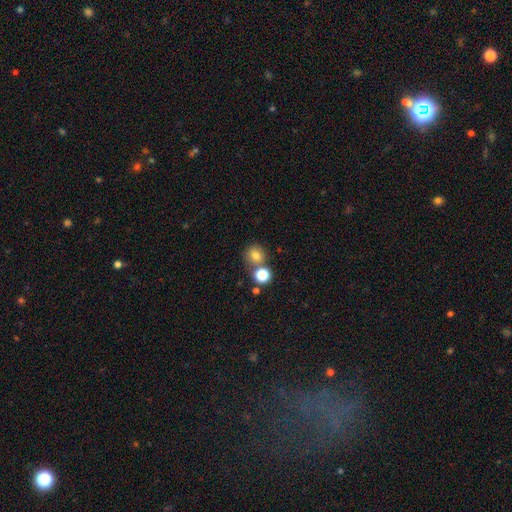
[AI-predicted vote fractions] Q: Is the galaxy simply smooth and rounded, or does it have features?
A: smooth — 77%.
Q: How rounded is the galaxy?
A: round — 84%.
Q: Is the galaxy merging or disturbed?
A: none — 63%.